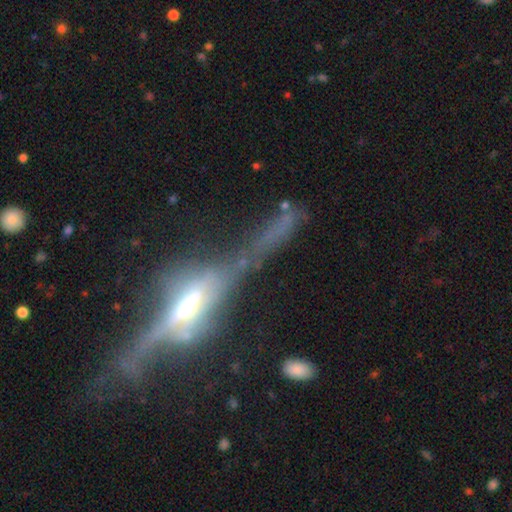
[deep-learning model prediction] Smooth or featured? Predicted: featured or disk (p=0.79). Edge-on disk? Predicted: yes (p=0.81). Edge-on bulge? Predicted: rounded (p=0.64). Merging? Predicted: none (p=0.39).